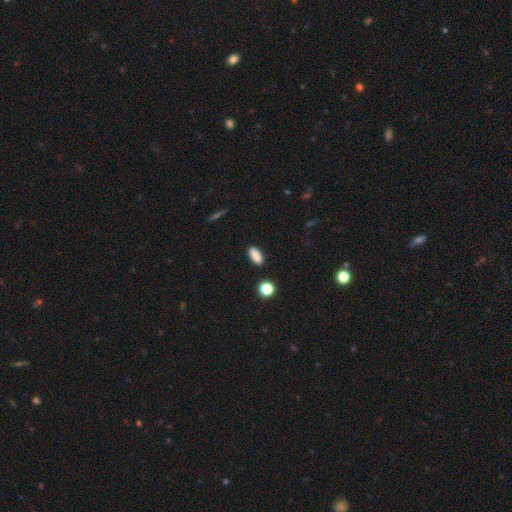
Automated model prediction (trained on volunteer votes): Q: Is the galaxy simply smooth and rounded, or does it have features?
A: smooth — 86%.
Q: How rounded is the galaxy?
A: in between — 81%.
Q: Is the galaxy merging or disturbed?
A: none — 87%.